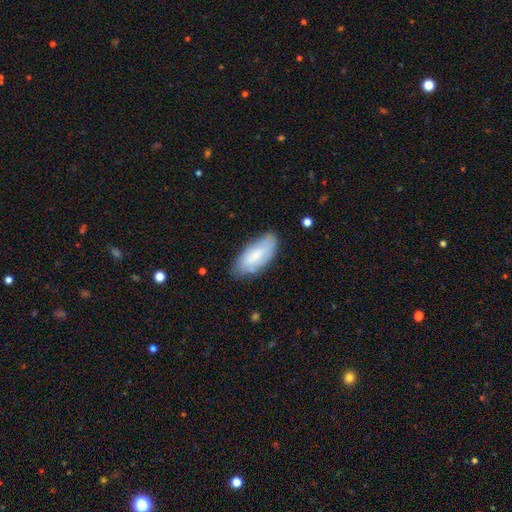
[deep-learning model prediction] smooth 73%, featured or disk 21%, star or artifact 7%. Down the decision tree: how rounded — in between (86%); merging — none (71%).